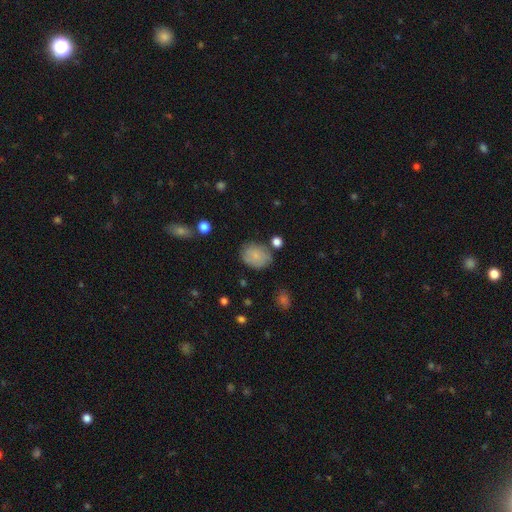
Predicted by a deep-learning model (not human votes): Overall: smooth (73%). How rounded: in between (55%; round 44%). Merging: none (70%).